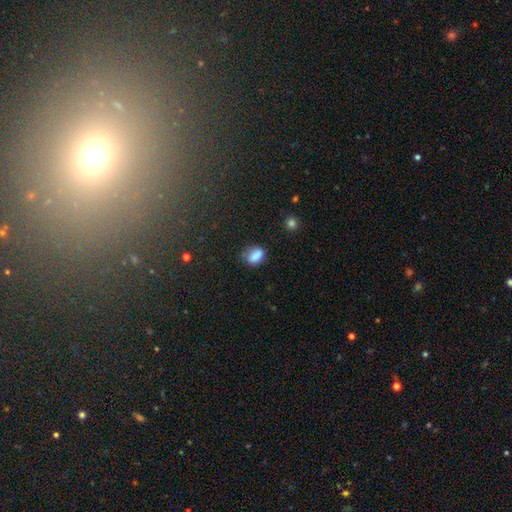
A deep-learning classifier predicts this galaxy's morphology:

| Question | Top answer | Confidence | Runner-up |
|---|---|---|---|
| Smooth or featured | smooth | 84% | star or artifact (10%) |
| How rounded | in between | 75% | round (22%) |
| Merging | none | 68% | minor disturbance (22%) |